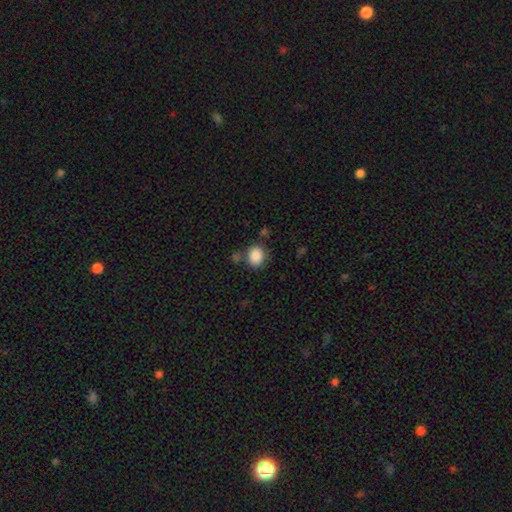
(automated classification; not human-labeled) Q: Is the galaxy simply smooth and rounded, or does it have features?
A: smooth — 88%.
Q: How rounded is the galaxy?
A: round — 57%.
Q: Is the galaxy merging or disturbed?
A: none — 73%.